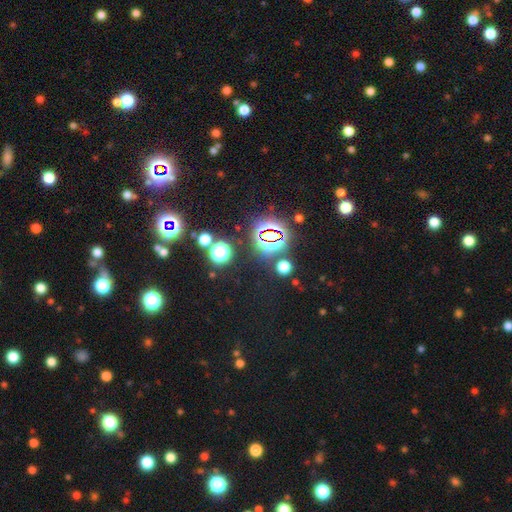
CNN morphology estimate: The model was most divided on "smooth or featured": star or artifact: 78%, smooth: 15%, featured or disk: 7%.